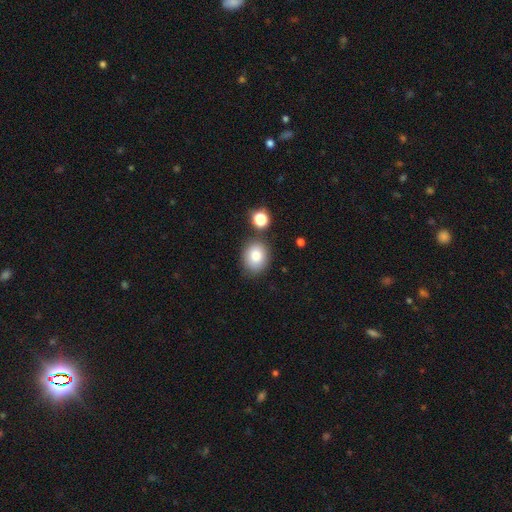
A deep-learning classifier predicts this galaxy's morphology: Q: Smooth or featured?
A: smooth (82%); runner-up: star or artifact (10%)
Q: How rounded?
A: round (60%); runner-up: in between (39%)
Q: Merging?
A: none (77%); runner-up: minor disturbance (11%)